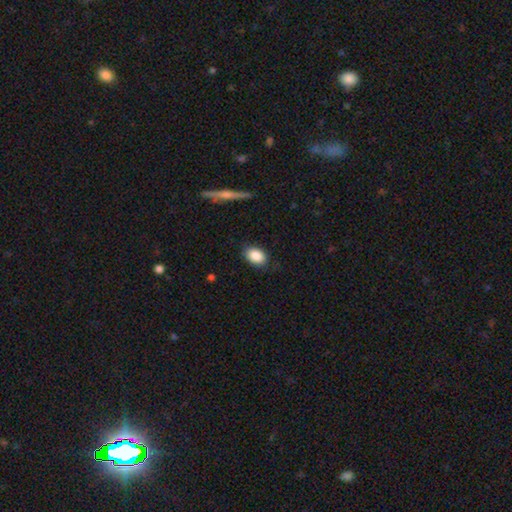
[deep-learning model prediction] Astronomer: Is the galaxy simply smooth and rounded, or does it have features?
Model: smooth — 88%.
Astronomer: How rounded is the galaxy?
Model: in between — 82%.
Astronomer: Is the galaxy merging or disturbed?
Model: none — 82%.